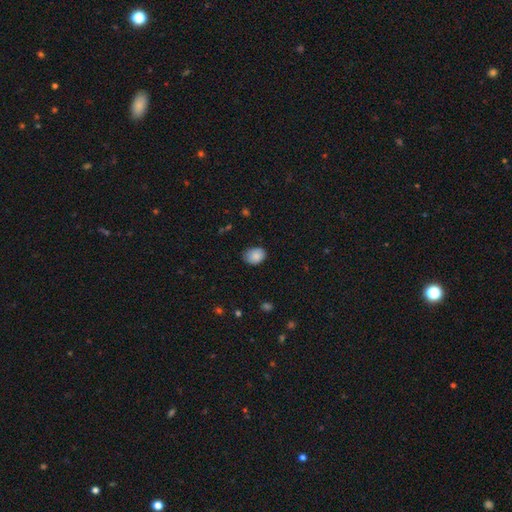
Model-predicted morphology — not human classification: smooth-or-featured: smooth: 84% | featured or disk: 8% | star or artifact: 8%
  how-rounded: in between: 69% | round: 30% | cigar-shaped: 1%
  merging: none: 72% | minor disturbance: 24% | major disturbance: 4% | merger: 1%